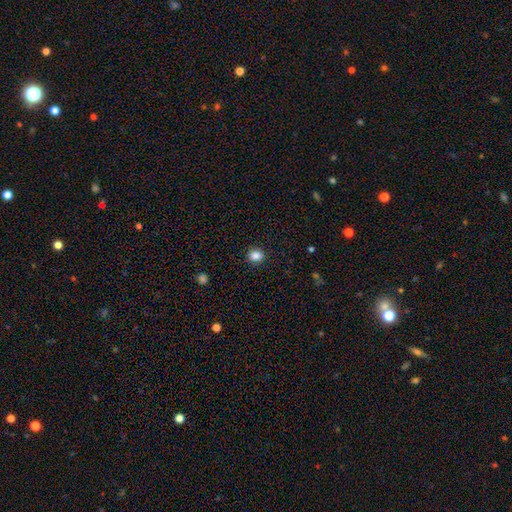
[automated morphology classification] Smooth or featured? Predicted: smooth (p=0.86). How rounded? Predicted: round (p=0.67). Merging? Predicted: none (p=0.89).